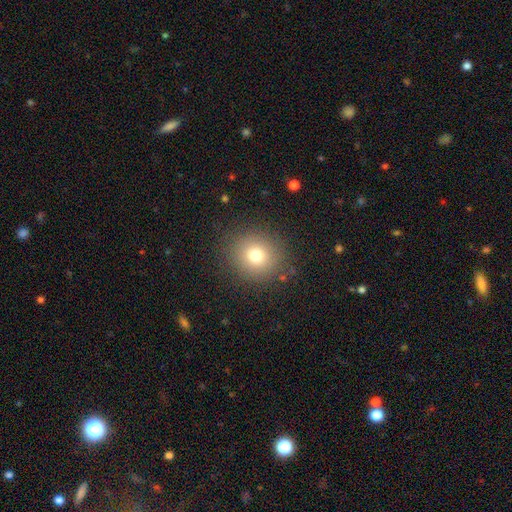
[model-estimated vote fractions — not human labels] The model was most divided on "smooth or featured": smooth: 75%, star or artifact: 14%, featured or disk: 10%. More confident: how rounded — round (89%); merging — none (87%).